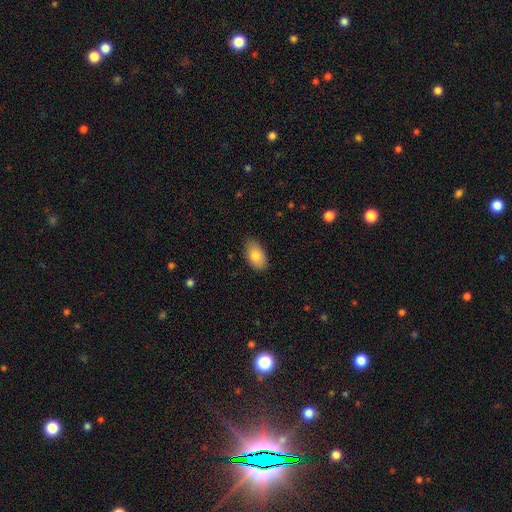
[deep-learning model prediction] Smooth or featured? smooth (82%)
How rounded? in between (93%)
Merging? none (83%)